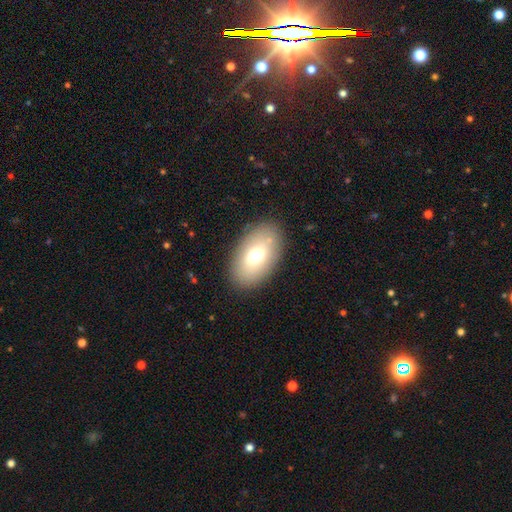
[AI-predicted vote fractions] A smooth galaxy with no disk features (69%) that is in between round and cigar-shaped (92%). Merging: none (85%).